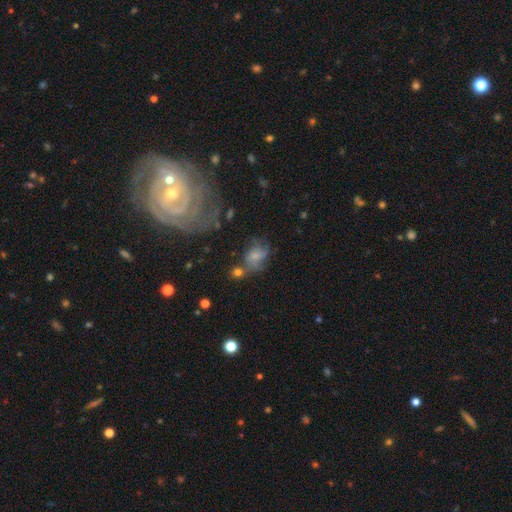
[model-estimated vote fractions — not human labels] Smooth or featured? Predicted: smooth (p=0.47). Merging? Predicted: none (p=0.33).